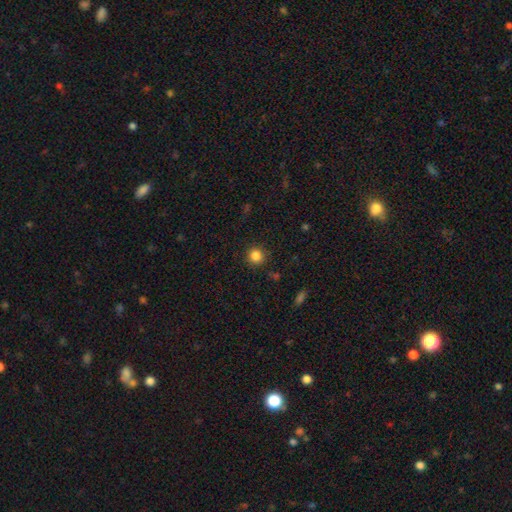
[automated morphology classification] A smooth galaxy with no disk features (85%) that is round (93%).

Vote fractions:
- Smooth or featured? smooth: 85% / star or artifact: 12% / featured or disk: 4%
- How rounded? round: 93% / in between: 6% / cigar-shaped: 1%
- Merging? none: 89% / minor disturbance: 7% / major disturbance: 2% / merger: 1%